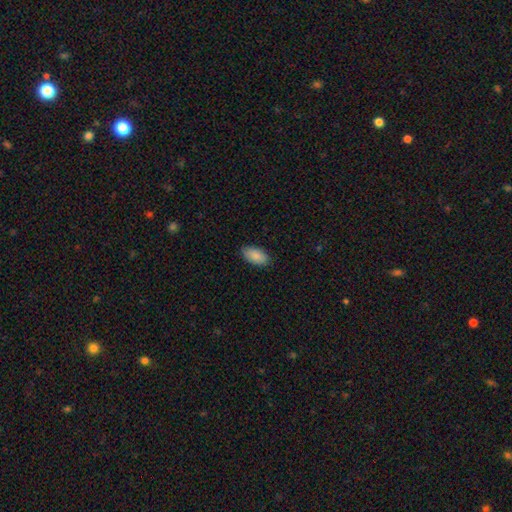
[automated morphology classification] This appears to be a smooth galaxy with no disk features (90%) that is in between round and cigar-shaped (94%). Merging: none (85%).